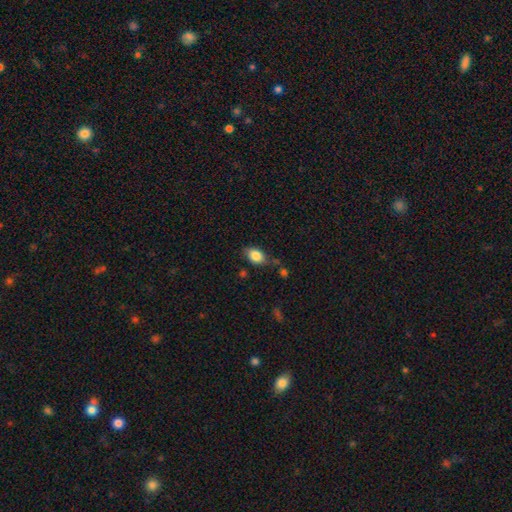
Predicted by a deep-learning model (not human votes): Overall: smooth (84%). How rounded: in between (82%). Merging: none (64%).